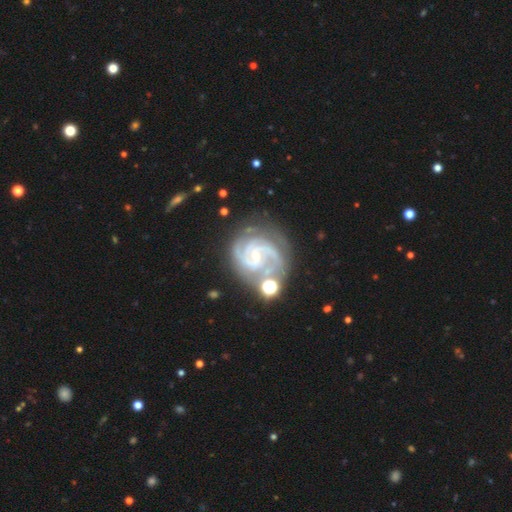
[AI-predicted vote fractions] Overall: featured or disk (90%). Edge-on disk: no (98%). Bar: no (56%; weak 33%). Spiral arms: yes (98%). Spiral arm count: 3 (37%; 2 34%). Spiral winding: tight (60%; medium 36%). Bulge size: small (69%). Merging: none (63%).